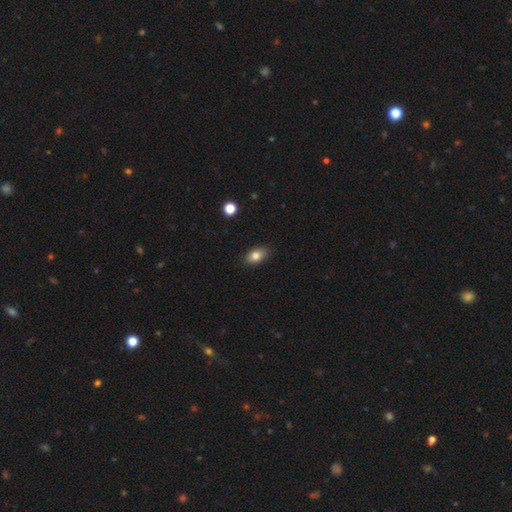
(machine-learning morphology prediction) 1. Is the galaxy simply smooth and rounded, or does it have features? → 82% smooth, 9% featured or disk, 9% star or artifact.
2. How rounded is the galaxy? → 86% in between, 12% round, 2% cigar-shaped.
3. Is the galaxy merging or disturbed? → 86% none, 11% minor disturbance, 2% major disturbance, 1% merger.